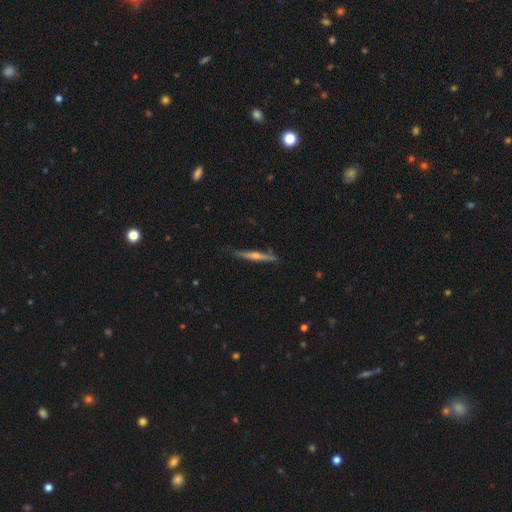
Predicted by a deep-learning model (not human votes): Smooth or featured? Predicted: featured or disk (p=0.73). Edge-on disk? Predicted: yes (p=0.98). Edge-on bulge? Predicted: rounded (p=0.80). Merging? Predicted: none (p=0.86).